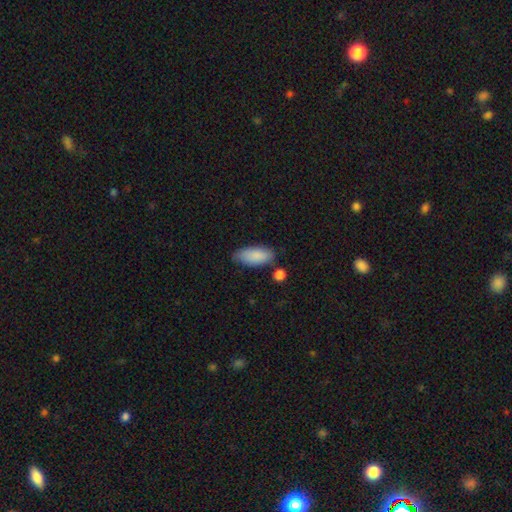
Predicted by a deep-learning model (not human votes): smooth-or-featured: smooth: 87% | featured or disk: 7% | star or artifact: 6%
  how-rounded: in between: 87% | cigar-shaped: 11% | round: 2%
  merging: none: 71% | minor disturbance: 19% | merger: 6% | major disturbance: 4%